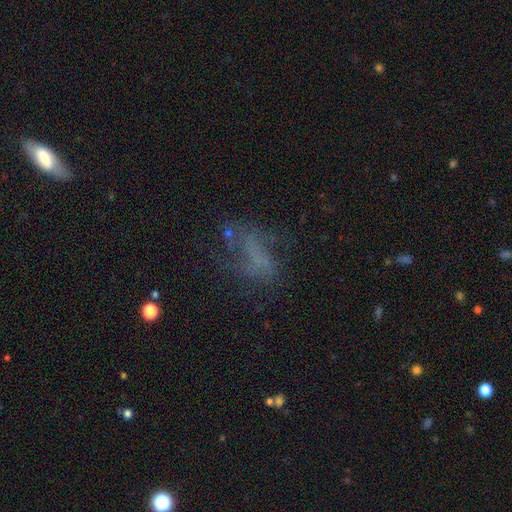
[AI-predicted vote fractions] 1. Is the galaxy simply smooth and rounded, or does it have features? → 41% featured or disk, 34% smooth, 25% star or artifact.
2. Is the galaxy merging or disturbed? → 44% none, 31% major disturbance, 20% minor disturbance, 4% merger.